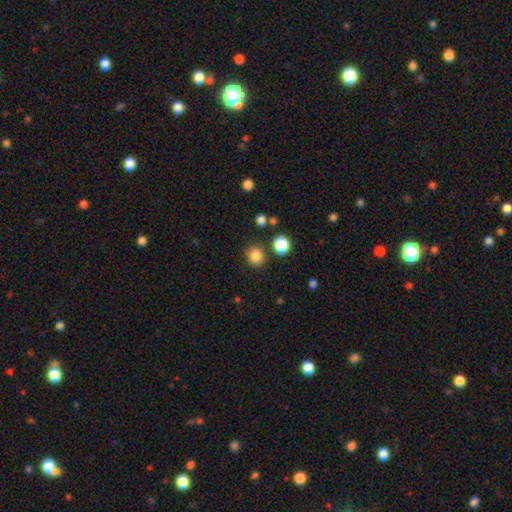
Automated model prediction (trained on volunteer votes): Q: Smooth or featured?
A: smooth (84%); runner-up: star or artifact (12%)
Q: How rounded?
A: round (75%); runner-up: in between (24%)
Q: Merging?
A: none (81%); runner-up: minor disturbance (10%)